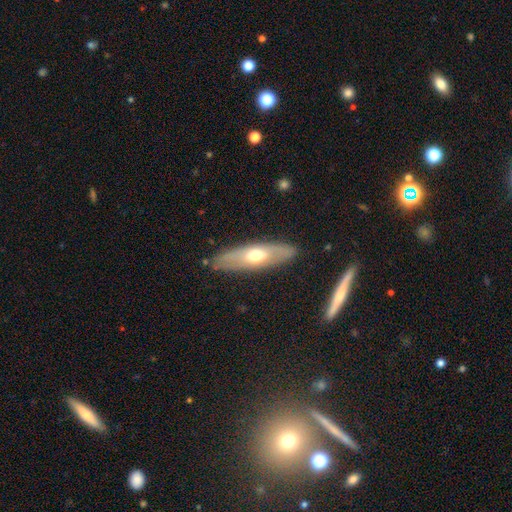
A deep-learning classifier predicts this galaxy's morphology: Overall: smooth (48%; featured or disk 47%). Merging: none (85%).